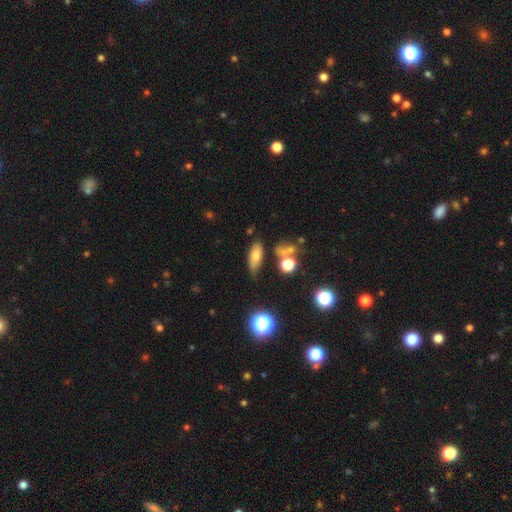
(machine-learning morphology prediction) This is likely a smooth galaxy (73%). How rounded: likely in between (74%). Merging: likely none (61%).